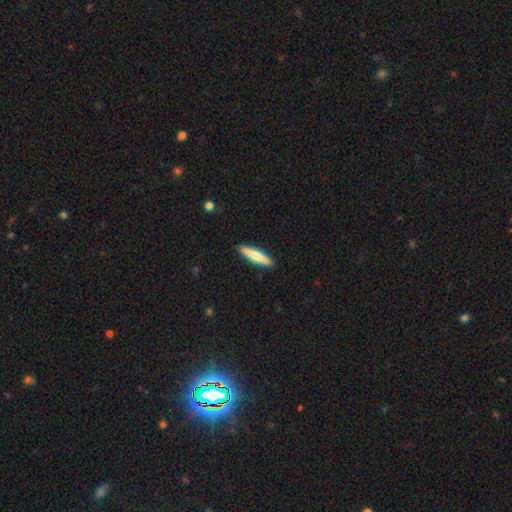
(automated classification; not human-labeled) Smooth or featured? smooth (72%)
How rounded? cigar-shaped (85%)
Merging? none (91%)